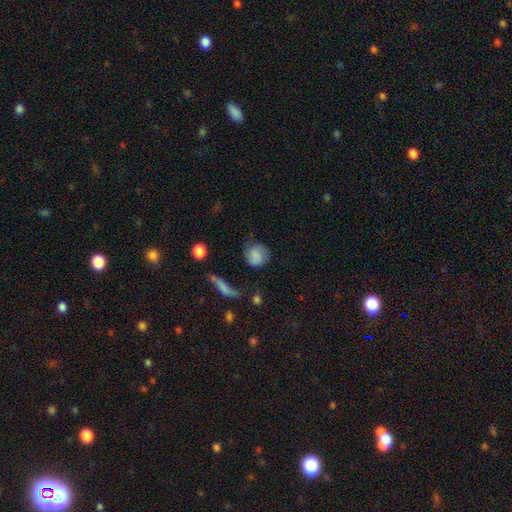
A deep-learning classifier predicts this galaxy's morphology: smooth 76%, featured or disk 15%, star or artifact 8%. Down the decision tree: how rounded — round (79%); merging — none (62%).